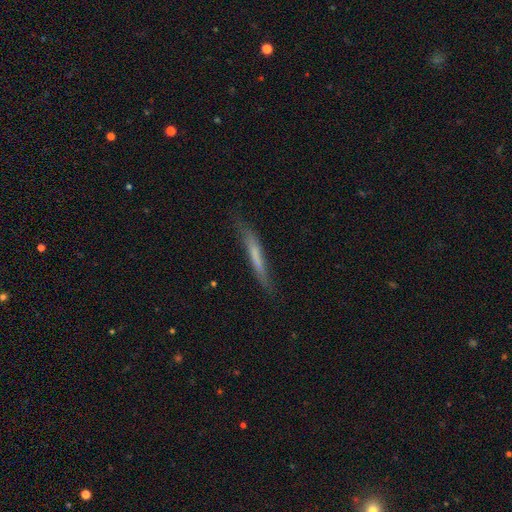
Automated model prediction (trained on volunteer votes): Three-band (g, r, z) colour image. It shows a smooth galaxy with no disk features (54%) that is cigar-shaped (95%). Merging: none (70%).